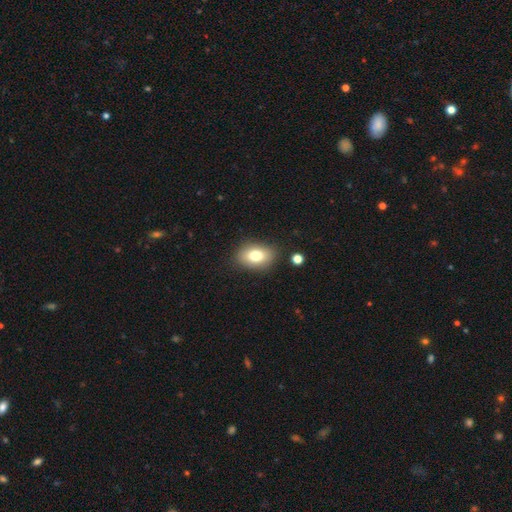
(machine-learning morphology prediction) Overall: smooth (77%). How rounded: in between (81%). Merging: none (84%).